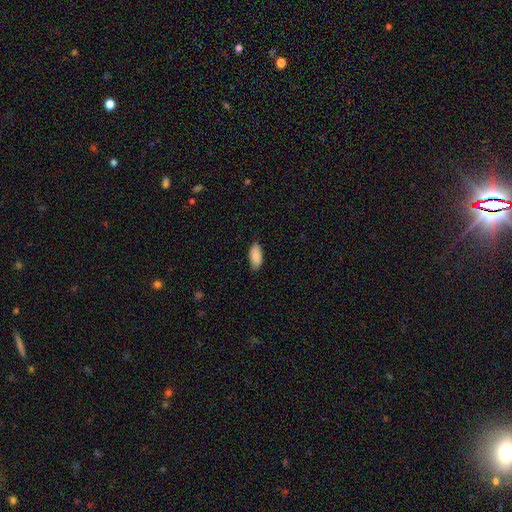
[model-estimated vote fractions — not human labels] Smooth or featured? Predicted: smooth (p=0.89). How rounded? Predicted: in between (p=0.90). Merging? Predicted: none (p=0.84).